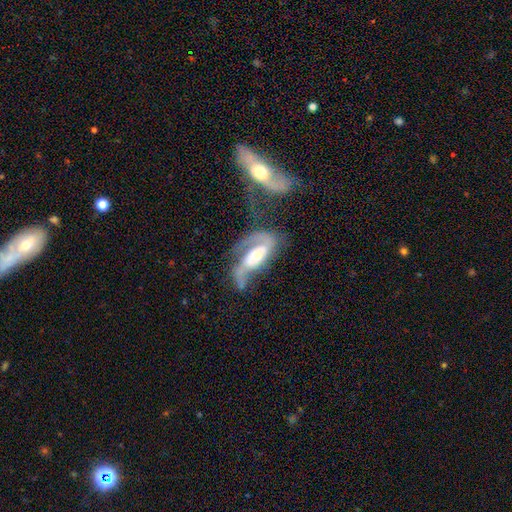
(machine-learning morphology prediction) Q: Smooth or featured?
A: featured or disk (80%); runner-up: smooth (14%)
Q: Edge-on disk?
A: no (93%); runner-up: yes (7%)
Q: Bar?
A: no (55%); runner-up: weak (30%)
Q: Spiral arms?
A: yes (88%); runner-up: no (12%)
Q: Spiral winding?
A: medium (41%); runner-up: tight (29%)
Q: Spiral arm count?
A: 2 (65%); runner-up: 1 (17%)
Q: Bulge size?
A: moderate (53%); runner-up: small (38%)
Q: Merging?
A: merger (40%); runner-up: major disturbance (27%)